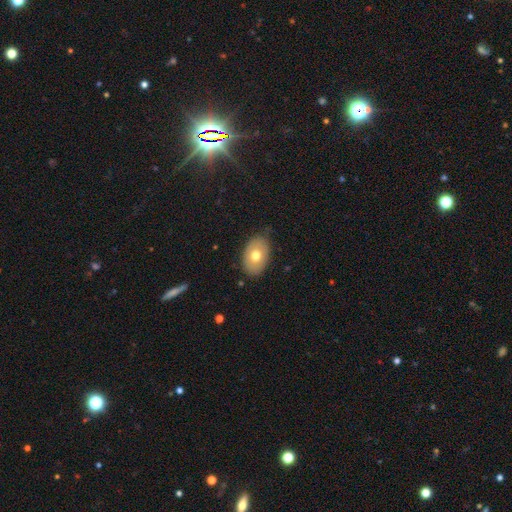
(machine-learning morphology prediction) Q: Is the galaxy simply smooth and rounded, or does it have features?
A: smooth — 68%.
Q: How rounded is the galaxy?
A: in between — 86%.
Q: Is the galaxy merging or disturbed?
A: none — 80%.